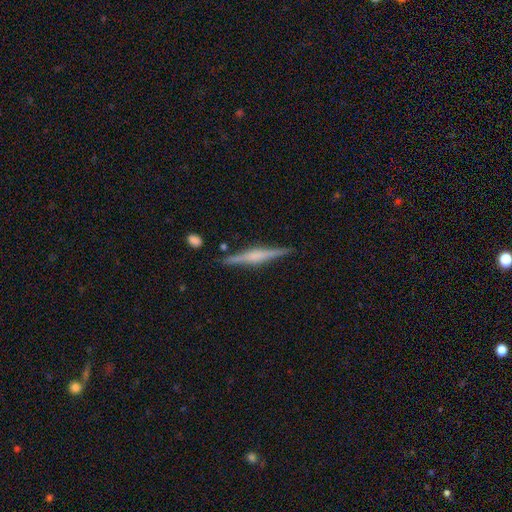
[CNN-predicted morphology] smooth_or_featured: featured or disk (p=0.73) [alt: smooth p=0.21]
disk_edge_on: yes (p=0.98) [alt: no p=0.02]
edge_on_bulge: rounded (p=0.65) [alt: boxy p=0.25]
merging: none (p=0.88) [alt: minor disturbance p=0.08]